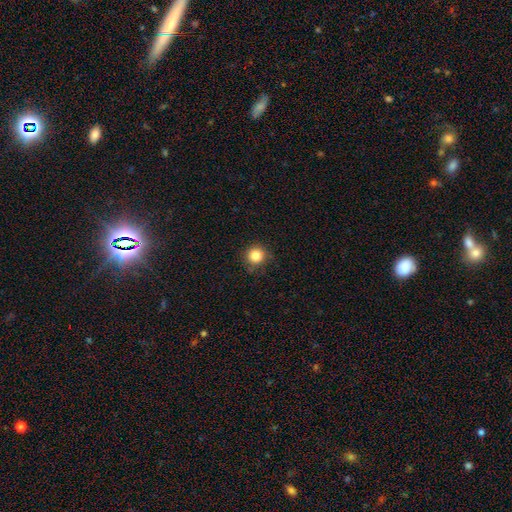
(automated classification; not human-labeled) The model was most divided on "smooth or featured": smooth: 84%, star or artifact: 12%, featured or disk: 5%. More confident: how rounded — round (94%); merging — none (86%).